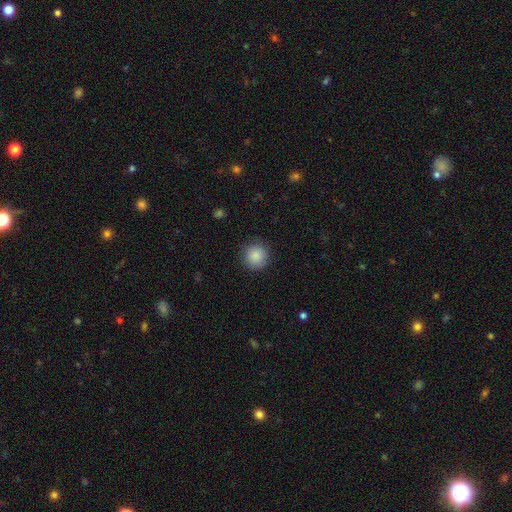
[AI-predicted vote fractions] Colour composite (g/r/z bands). It shows a smooth galaxy with no disk features (88%) that is round (95%). Merging: none (90%).